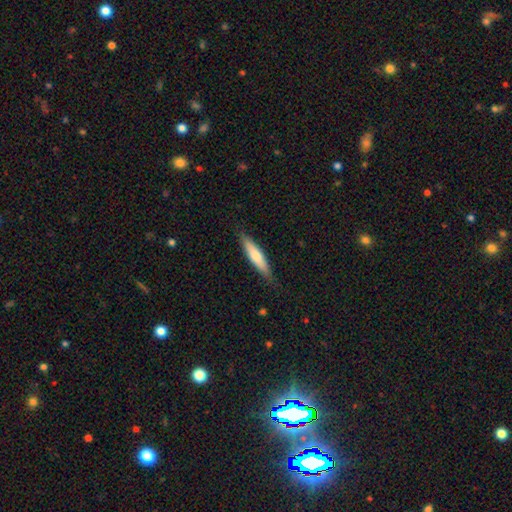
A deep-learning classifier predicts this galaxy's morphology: Q: Smooth or featured?
A: smooth (65%); runner-up: featured or disk (29%)
Q: How rounded?
A: cigar-shaped (80%); runner-up: in between (19%)
Q: Merging?
A: none (84%); runner-up: minor disturbance (13%)